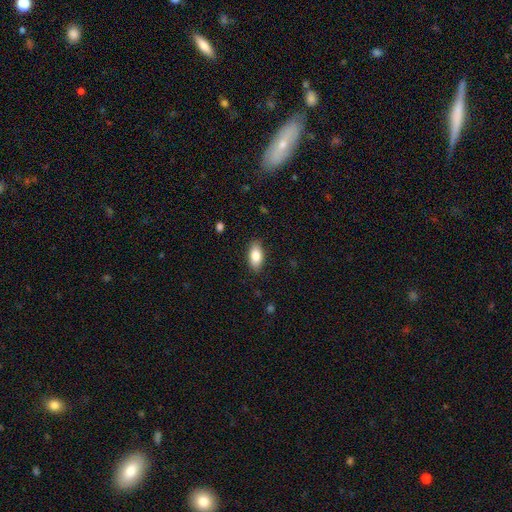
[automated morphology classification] A smooth galaxy with no disk features (85%) that is in between round and cigar-shaped (91%). Merging: none (87%).